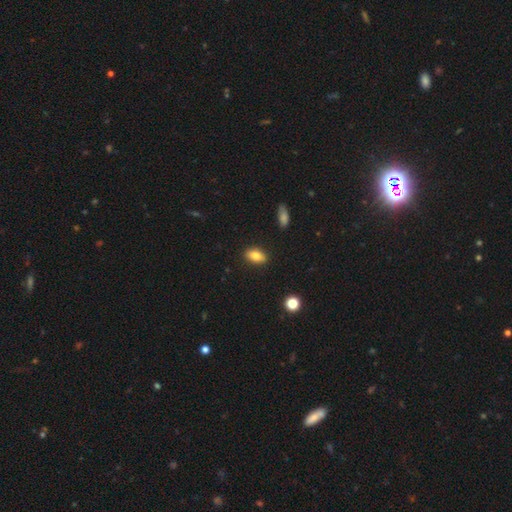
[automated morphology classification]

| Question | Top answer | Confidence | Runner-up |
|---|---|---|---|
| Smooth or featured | smooth | 81% | featured or disk (11%) |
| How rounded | in between | 88% | round (6%) |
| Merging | none | 88% | minor disturbance (8%) |